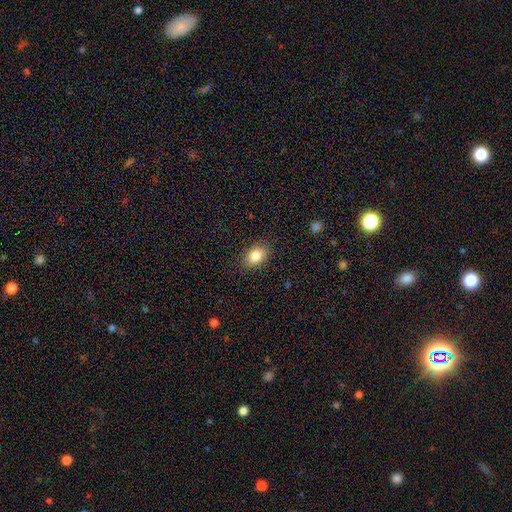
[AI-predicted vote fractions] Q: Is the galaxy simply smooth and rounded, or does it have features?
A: smooth — 84%.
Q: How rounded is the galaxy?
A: in between — 80%.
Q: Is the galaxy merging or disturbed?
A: none — 86%.